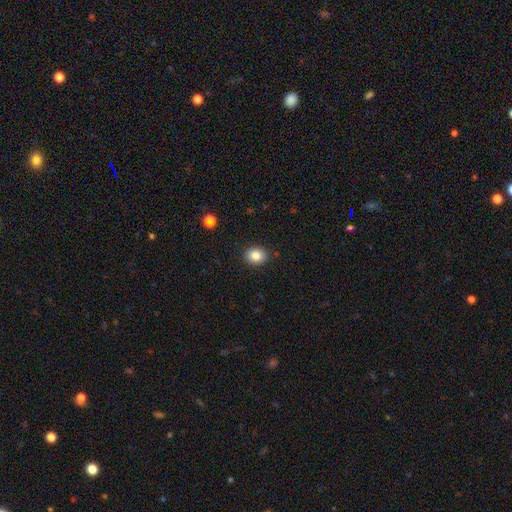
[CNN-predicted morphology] The model was most divided on "how rounded": round: 59%, in between: 40%, cigar-shaped: 1%. More confident: merging — none (90%); smooth or featured — smooth (83%).